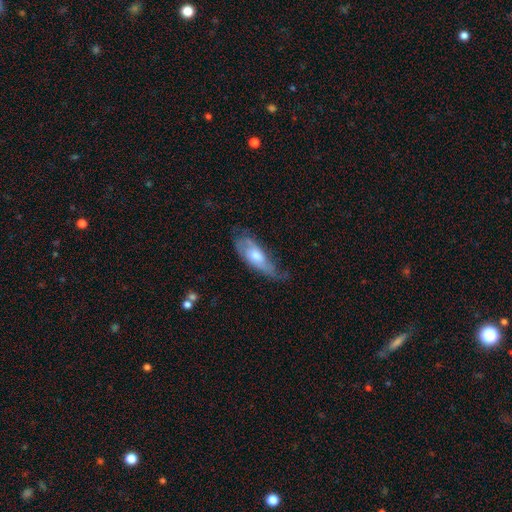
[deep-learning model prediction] Smooth or featured?
  - featured or disk: 48% *
  - smooth: 46%
  - star or artifact: 6%
Merging?
  - none: 43% *
  - minor disturbance: 37%
  - major disturbance: 18%
  - merger: 2%